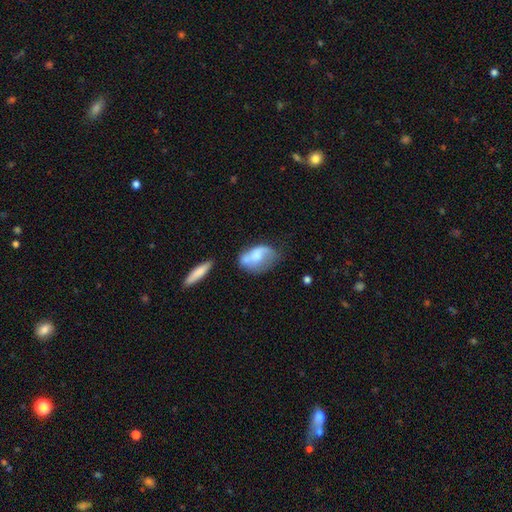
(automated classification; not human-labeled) smooth 52%, featured or disk 41%, star or artifact 8%. Down the decision tree: how rounded — in between (85%); merging — none (32%).